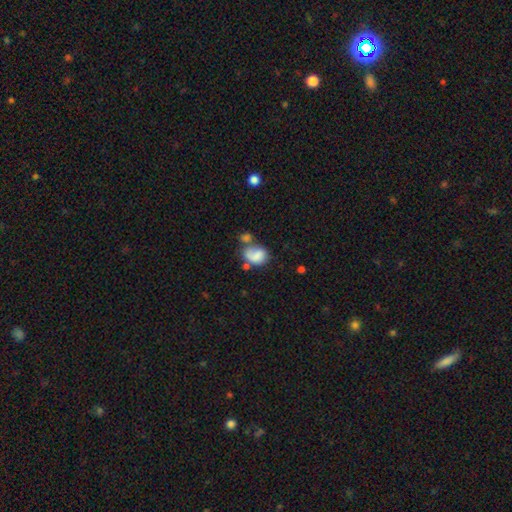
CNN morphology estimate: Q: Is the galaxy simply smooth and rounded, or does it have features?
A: smooth — 73%.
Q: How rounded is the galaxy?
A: in between — 68%.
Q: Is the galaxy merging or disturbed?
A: merger — 37%.